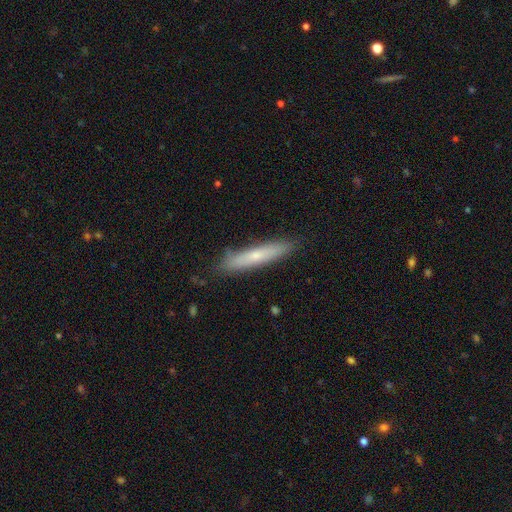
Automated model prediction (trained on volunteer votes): The model was most divided on "smooth or featured": smooth: 61%, featured or disk: 33%, star or artifact: 6%. More confident: how rounded — cigar-shaped (91%); merging — none (84%).